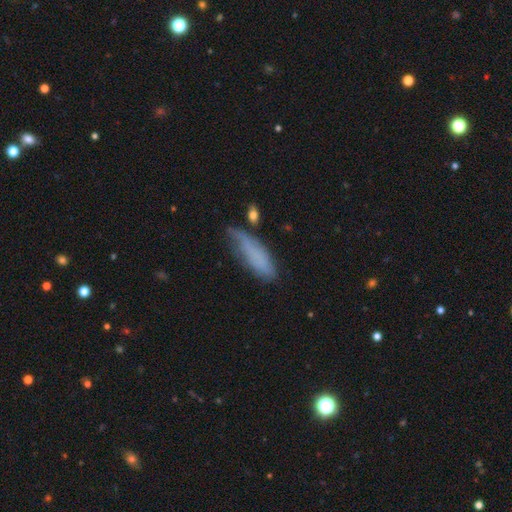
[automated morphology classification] Smooth or featured? Predicted: smooth (p=0.71). How rounded? Predicted: cigar-shaped (p=0.56). Merging? Predicted: none (p=0.45).